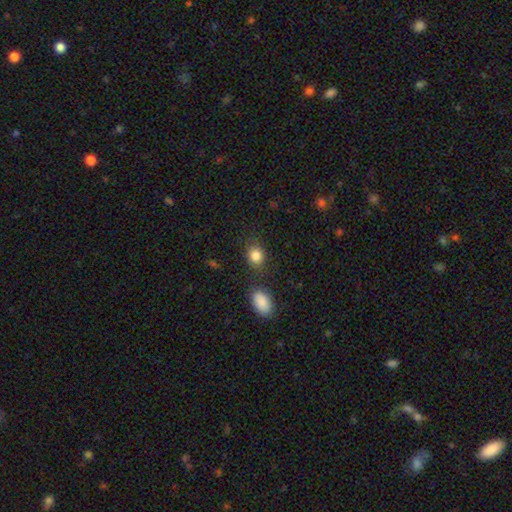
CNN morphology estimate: Overall: smooth (85%). How rounded: round (52%; in between 47%). Merging: none (76%).